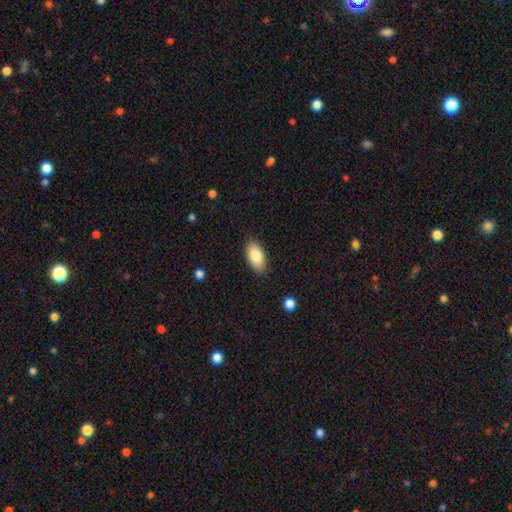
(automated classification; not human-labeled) Smooth or featured: smooth — 84% (featured or disk — 10%)
How rounded: in between — 93% (cigar-shaped — 4%)
Merging: none — 87% (minor disturbance — 10%)